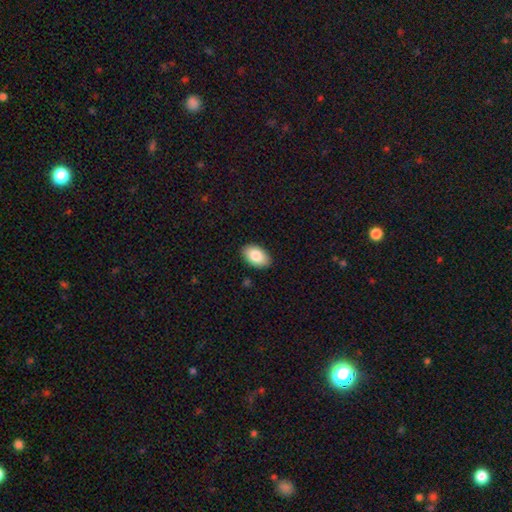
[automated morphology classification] smooth_or_featured: smooth (p=0.86) [alt: featured or disk p=0.08]
how_rounded: in between (p=0.93) [alt: round p=0.06]
merging: none (p=0.89) [alt: minor disturbance p=0.09]